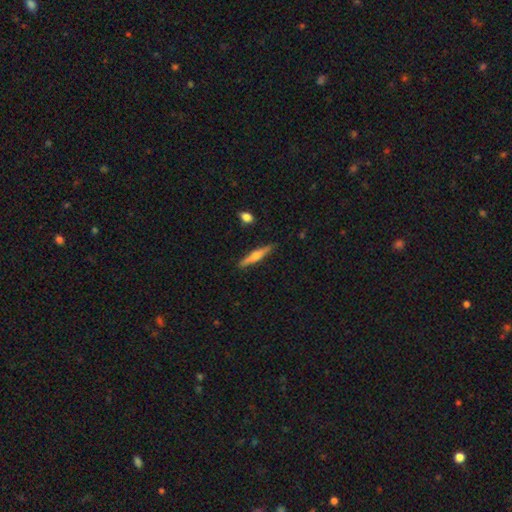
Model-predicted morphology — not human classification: smooth_or_featured: featured or disk (p=0.55) [alt: smooth p=0.39]
disk_edge_on: yes (p=0.96) [alt: no p=0.04]
edge_on_bulge: rounded (p=0.87) [alt: none p=0.07]
merging: none (p=0.87) [alt: minor disturbance p=0.09]